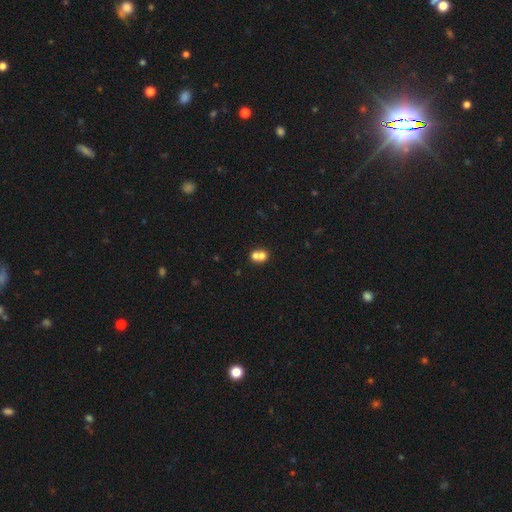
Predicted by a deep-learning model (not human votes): Smooth or featured: smooth — 69% (featured or disk — 20%)
How rounded: round — 65% (in between — 34%)
Merging: merger — 70% (none — 23%)